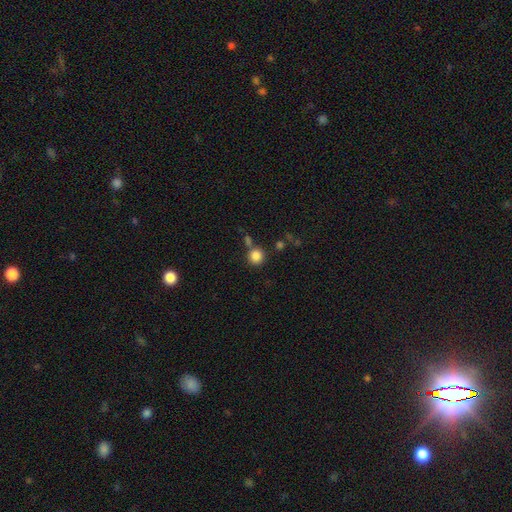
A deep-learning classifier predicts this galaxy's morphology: type=smooth (85%); roundness=round (91%); merging=none (73%).